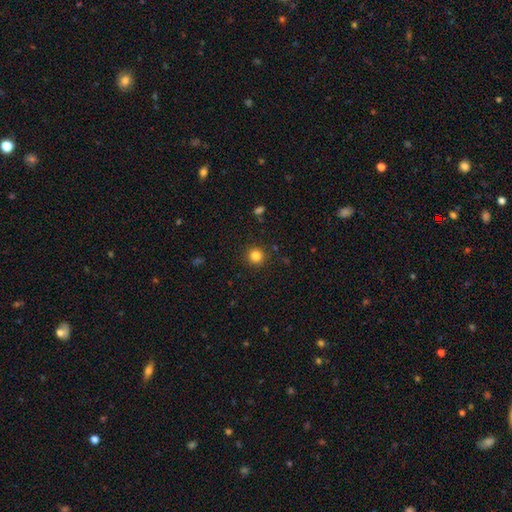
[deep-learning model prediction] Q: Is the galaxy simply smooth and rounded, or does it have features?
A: smooth — 83%.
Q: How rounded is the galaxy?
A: round — 93%.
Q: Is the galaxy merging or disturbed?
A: none — 91%.